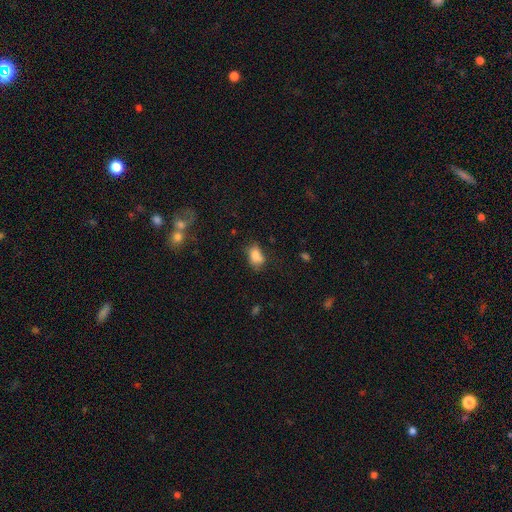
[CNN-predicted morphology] Smooth or featured? smooth (80%)
How rounded? in between (80%)
Merging? none (52%)